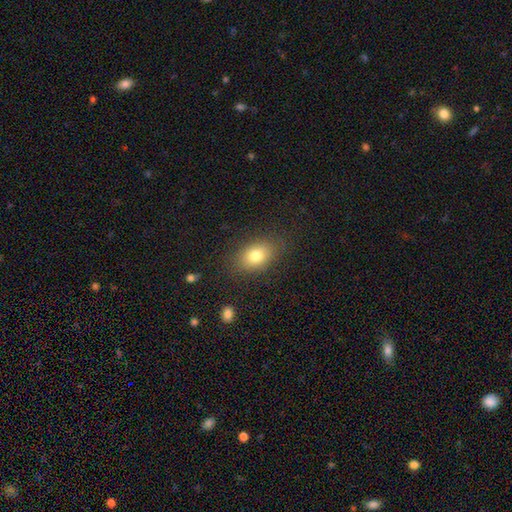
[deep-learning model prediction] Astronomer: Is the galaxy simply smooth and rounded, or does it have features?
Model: smooth — 78%.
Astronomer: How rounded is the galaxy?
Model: in between — 80%.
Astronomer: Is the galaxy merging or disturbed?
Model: none — 83%.